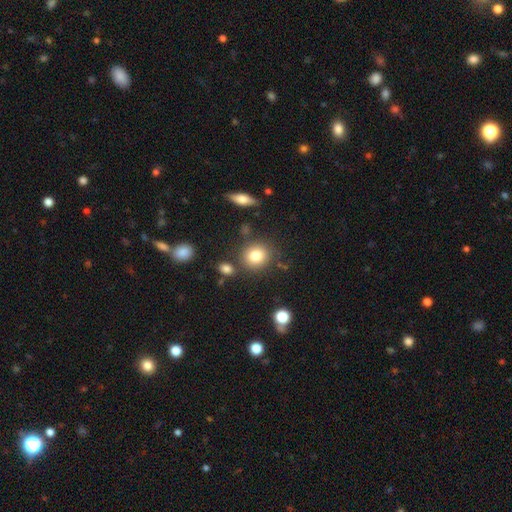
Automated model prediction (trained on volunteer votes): Smooth or featured? smooth (81%)
How rounded? round (81%)
Merging? none (80%)